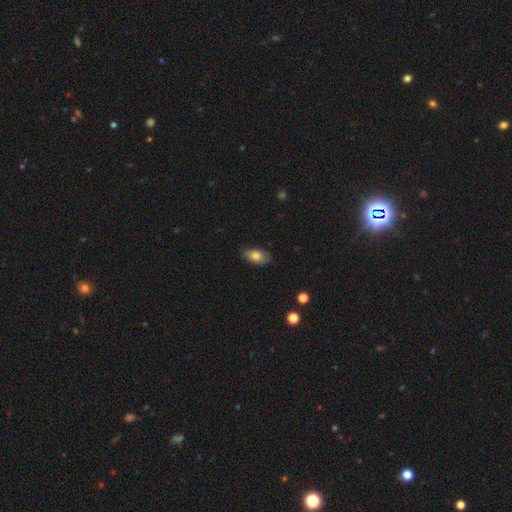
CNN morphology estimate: A smooth galaxy with no disk features (79%) that is in between round and cigar-shaped (91%). Merging: none (80%).